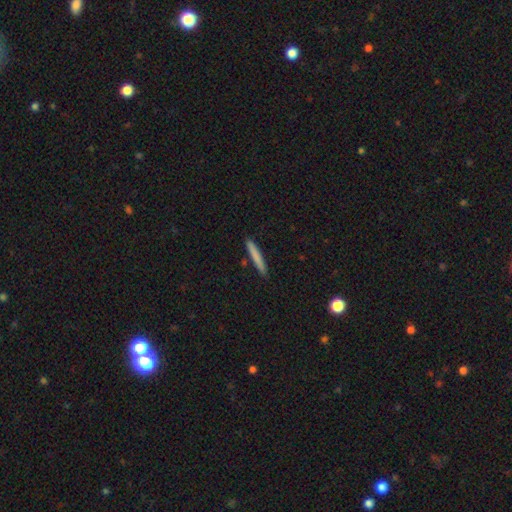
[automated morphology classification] This appears to be a smooth galaxy with no disk features (78%) that is cigar-shaped (96%). Merging: none (89%).